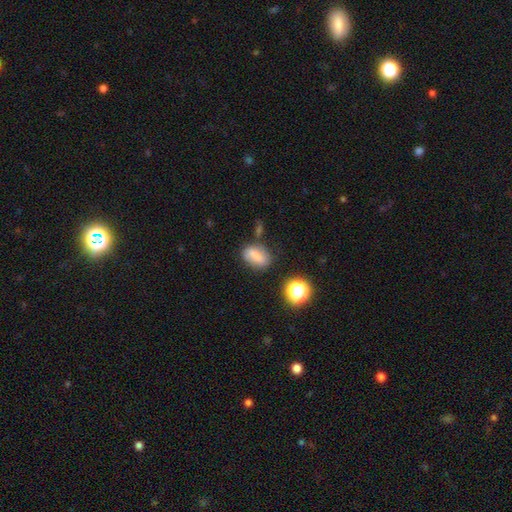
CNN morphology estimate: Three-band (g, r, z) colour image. It shows a smooth galaxy with no disk features (75%) that is in between round and cigar-shaped (78%). Merging: none (68%).